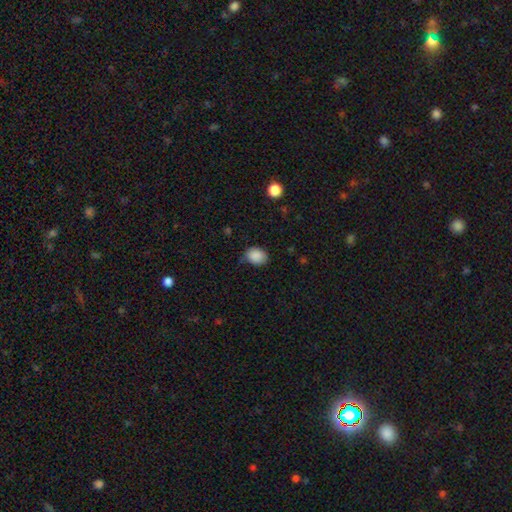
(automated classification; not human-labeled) Overall: smooth (88%). How rounded: in between (55%; round 44%). Merging: none (77%).